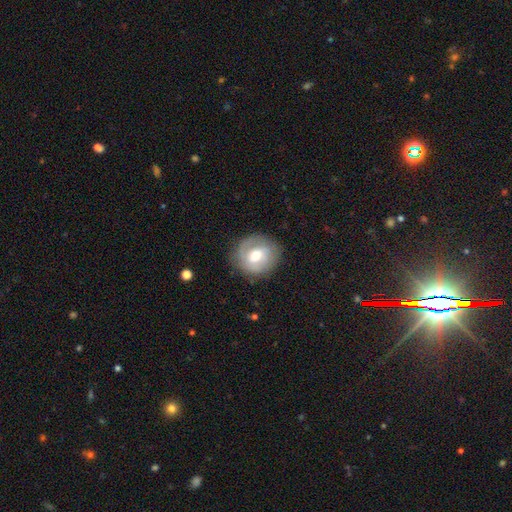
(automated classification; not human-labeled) A featured or disk galaxy (55%) with a weak bar (47%), spiral arms (73%) and a moderate central bulge (71%).

Vote fractions:
- Smooth or featured? featured or disk: 55% / smooth: 38% / star or artifact: 7%
- Edge-on disk? no: 96% / yes: 4%
- Bar? weak: 47% / no: 38% / strong: 15%
- Spiral arms? yes: 73% / no: 27%
- Bulge size? moderate: 71% / small: 18% / large: 9% / none: 1% / dominant: 1%
- Merging? none: 80% / minor disturbance: 13% / major disturbance: 5% / merger: 1%